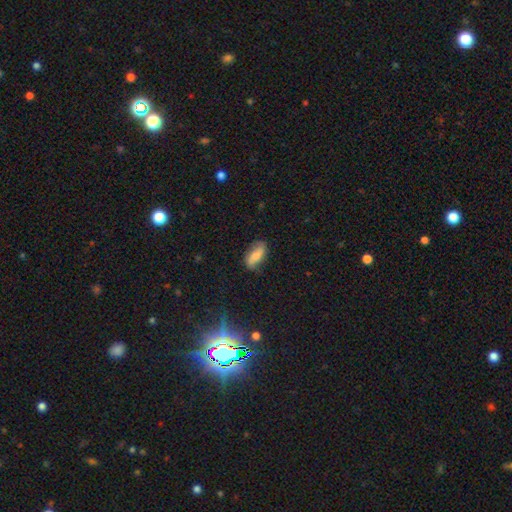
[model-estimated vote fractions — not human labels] Smooth or featured? smooth (54%)
How rounded? in between (83%)
Merging? none (76%)